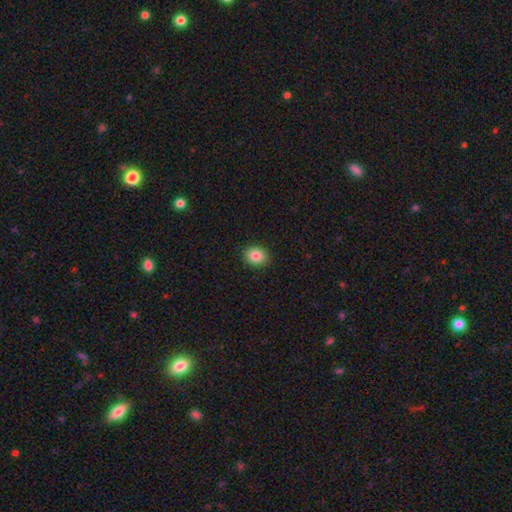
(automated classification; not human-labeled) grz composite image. It shows a smooth galaxy with no disk features (85%) that is round (52%). Merging: none (91%).